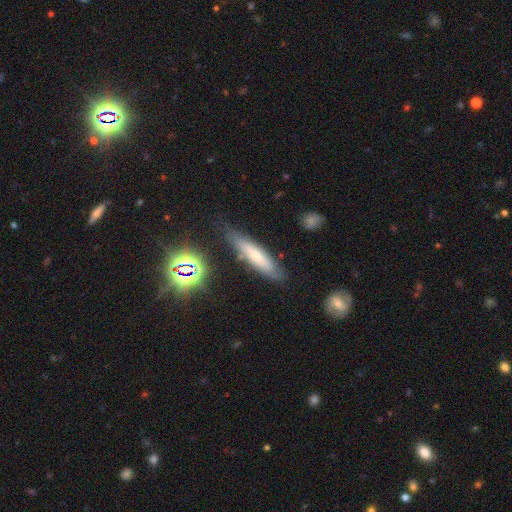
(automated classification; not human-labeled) Smooth or featured: smooth — 58% (featured or disk — 31%)
How rounded: cigar-shaped — 81% (in between — 17%)
Merging: none — 75% (minor disturbance — 17%)